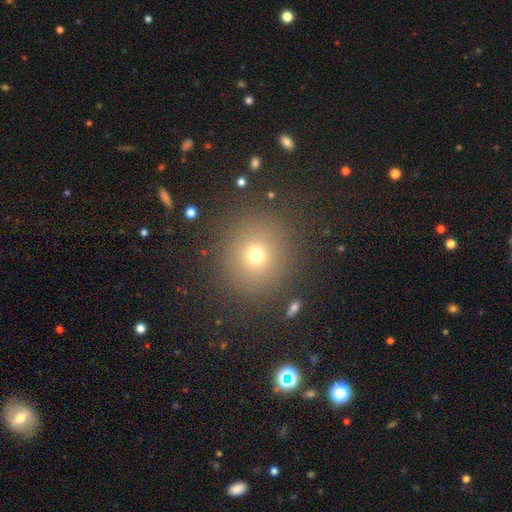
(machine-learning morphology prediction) Smooth or featured? Predicted: smooth (p=0.70). How rounded? Predicted: round (p=0.90). Merging? Predicted: none (p=0.87).